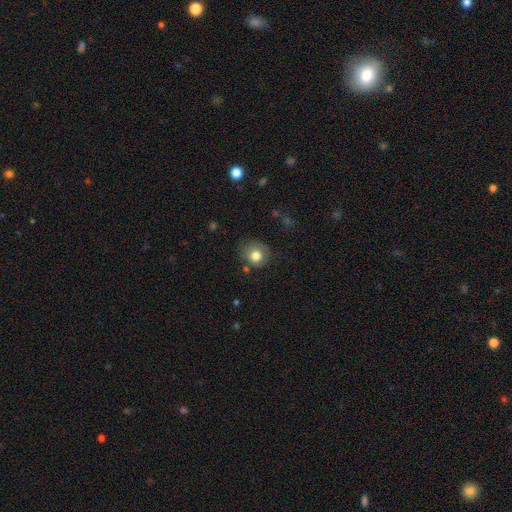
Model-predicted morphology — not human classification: Overall: smooth (78%). How rounded: round (85%). Merging: none (73%).